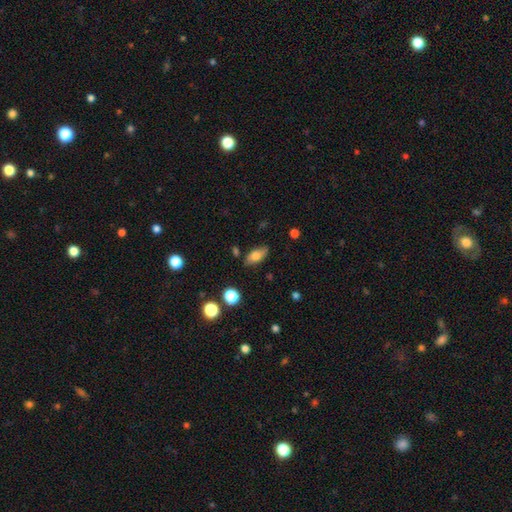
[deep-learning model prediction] Smooth or featured? Predicted: smooth (p=0.75). How rounded? Predicted: in between (p=0.86). Merging? Predicted: none (p=0.79).